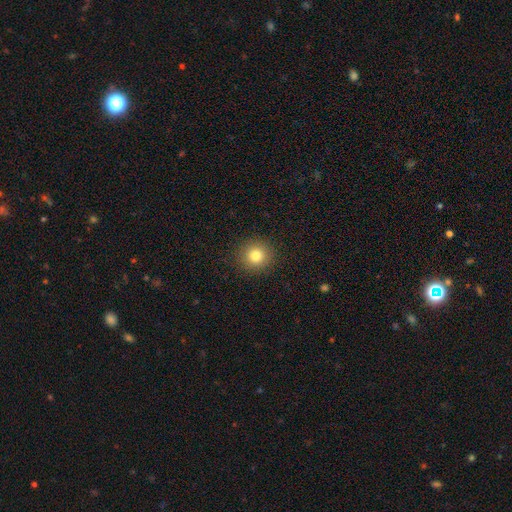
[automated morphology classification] Q: Smooth or featured?
A: smooth (81%); runner-up: star or artifact (12%)
Q: How rounded?
A: round (93%); runner-up: in between (6%)
Q: Merging?
A: none (91%); runner-up: minor disturbance (6%)